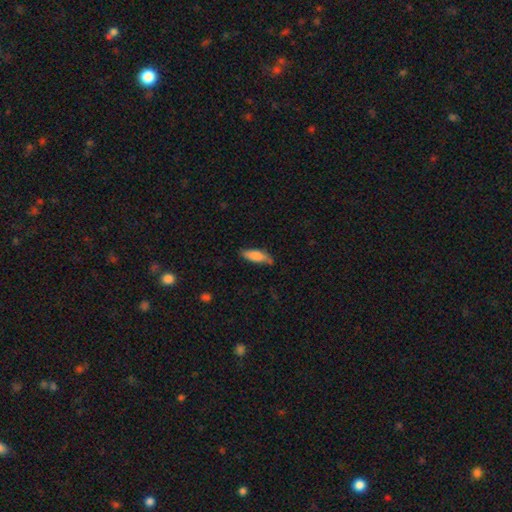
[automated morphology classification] This is clearly a smooth galaxy (80%). How rounded: likely in between (61%). Merging: likely none (72%).